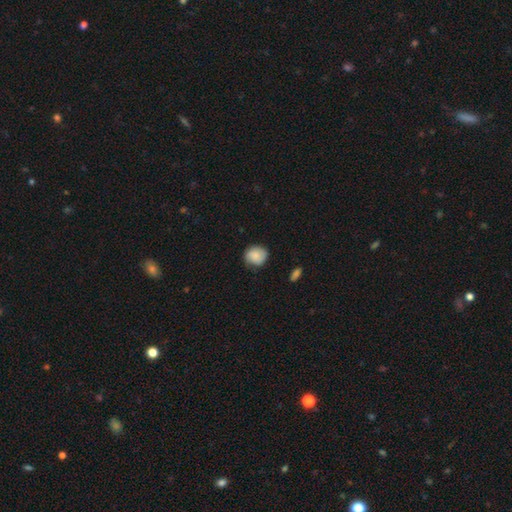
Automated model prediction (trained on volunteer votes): Smooth or featured? smooth (81%)
How rounded? round (77%)
Merging? none (75%)